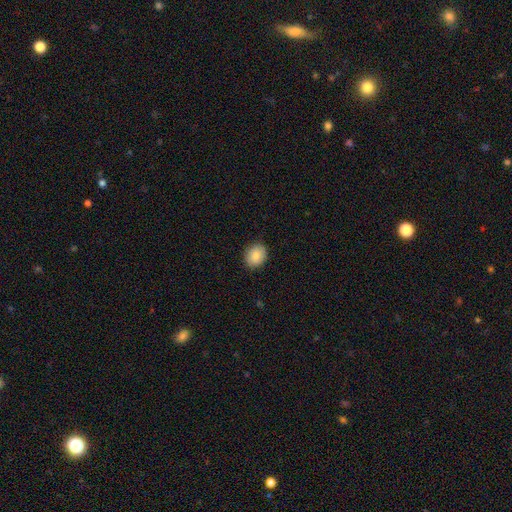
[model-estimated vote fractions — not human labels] smooth_or_featured: smooth (p=0.85) [alt: star or artifact p=0.08]
how_rounded: round (p=0.58) [alt: in between p=0.42]
merging: none (p=0.88) [alt: minor disturbance p=0.09]